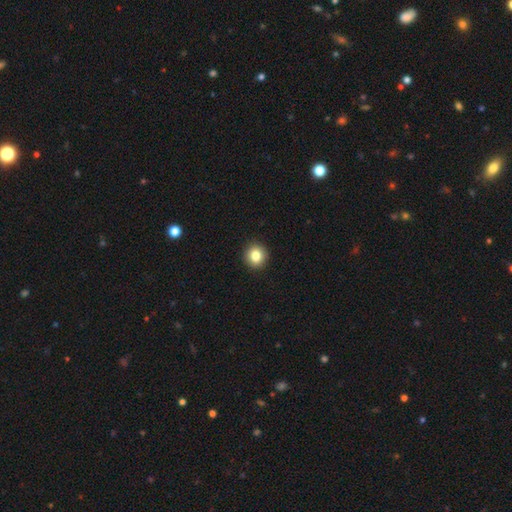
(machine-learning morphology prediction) smooth 83%, star or artifact 10%, featured or disk 7%. Down the decision tree: how rounded — round (90%); merging — none (93%).